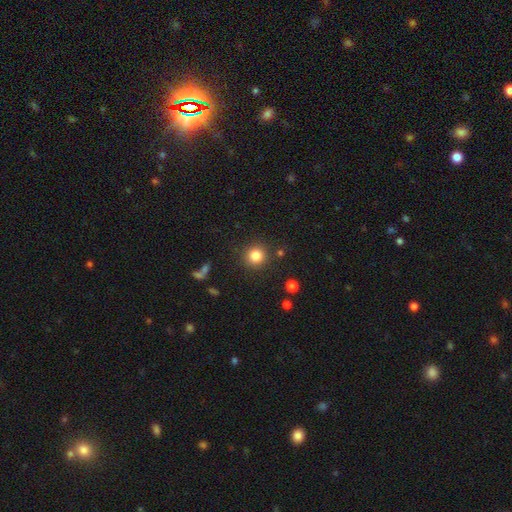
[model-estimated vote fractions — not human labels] Smooth or featured? smooth (83%)
How rounded? round (92%)
Merging? none (87%)